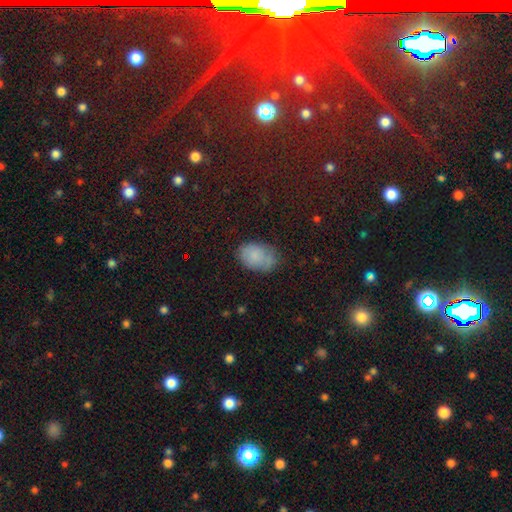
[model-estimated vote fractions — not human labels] Smooth or featured: smooth — 76% (star or artifact — 12%)
How rounded: in between — 84% (round — 14%)
Merging: none — 61% (minor disturbance — 27%)